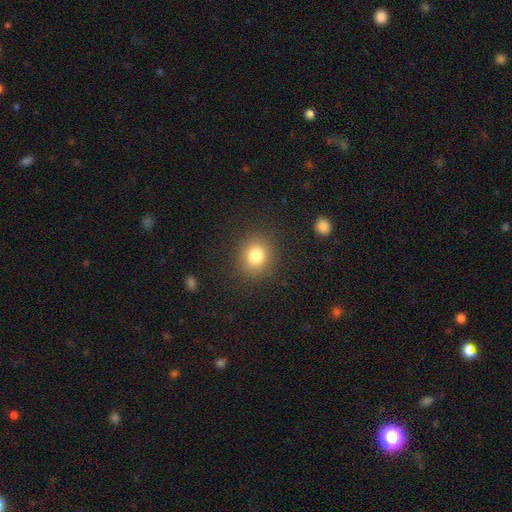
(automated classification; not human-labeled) smooth_or_featured: smooth (p=0.80) [alt: star or artifact p=0.12]
how_rounded: round (p=0.78) [alt: in between p=0.21]
merging: none (p=0.88) [alt: minor disturbance p=0.08]